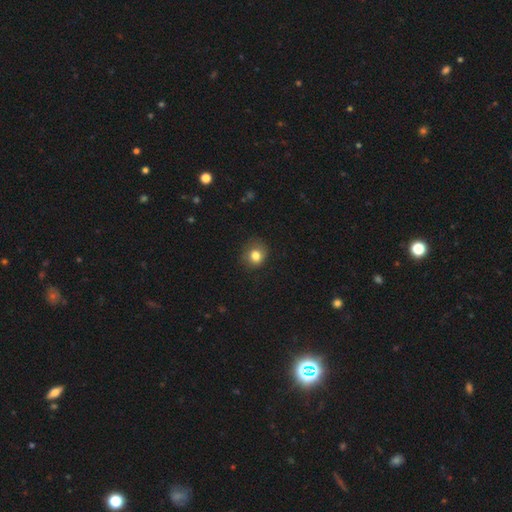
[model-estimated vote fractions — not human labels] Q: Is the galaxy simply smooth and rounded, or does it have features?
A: smooth — 79%.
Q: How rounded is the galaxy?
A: round — 75%.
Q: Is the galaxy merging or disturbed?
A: none — 70%.